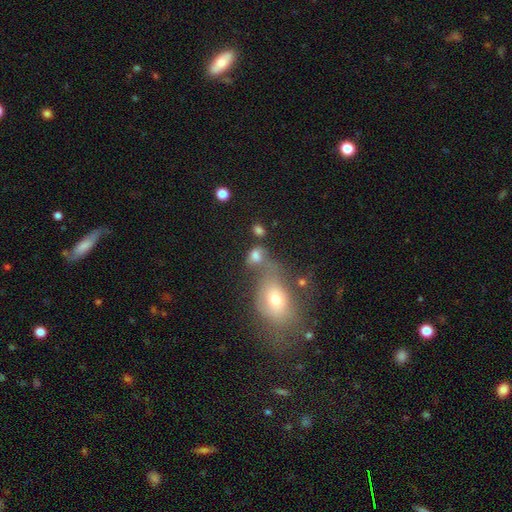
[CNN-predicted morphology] type=smooth (71%); roundness=in between (75%); merging=merger (43%).